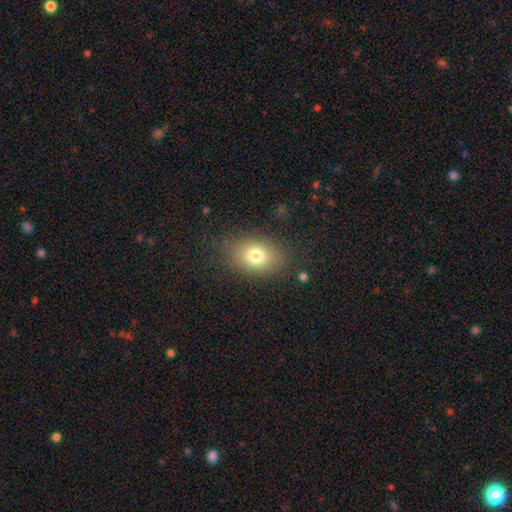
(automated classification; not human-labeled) A smooth galaxy with no disk features (76%) that is in between round and cigar-shaped (73%).

Vote fractions:
- Smooth or featured? smooth: 76% / featured or disk: 13% / star or artifact: 11%
- How rounded? in between: 73% / round: 26% / cigar-shaped: 1%
- Merging? none: 82% / minor disturbance: 12% / major disturbance: 5% / merger: 1%